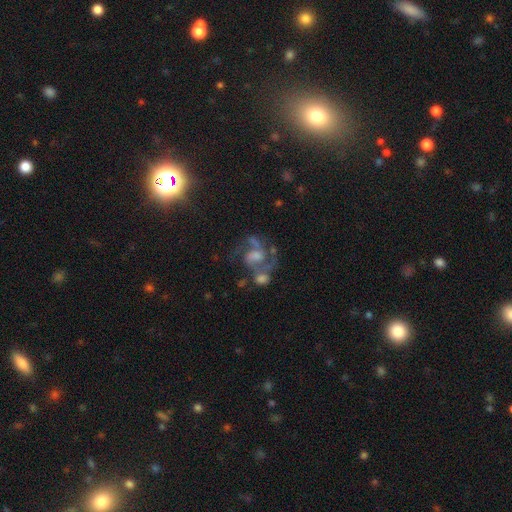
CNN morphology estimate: Smooth or featured? featured or disk (72%)
Edge-on disk? no (97%)
Bar? no (44%)
Spiral arms? yes (89%)
Spiral winding? medium (54%)
Spiral arm count? 2 (71%)
Bulge size? moderate (36%)
Merging? none (43%)